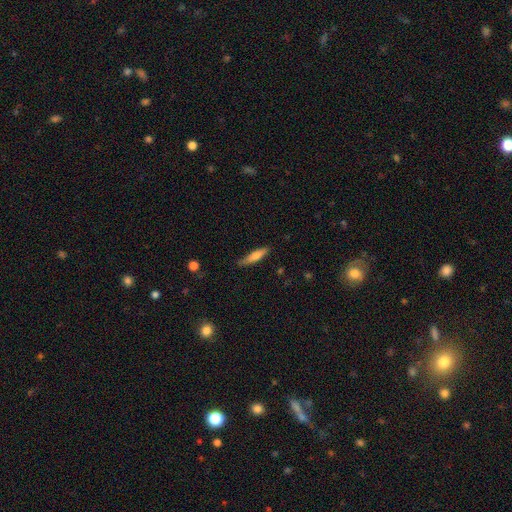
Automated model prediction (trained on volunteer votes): Smooth or featured? smooth (66%)
How rounded? cigar-shaped (80%)
Merging? none (79%)